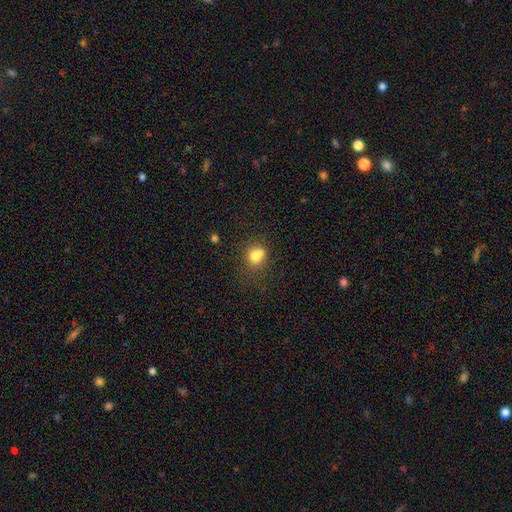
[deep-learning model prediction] Q: Smooth or featured?
A: smooth (74%); runner-up: featured or disk (13%)
Q: How rounded?
A: round (76%); runner-up: in between (24%)
Q: Merging?
A: none (48%); runner-up: merger (34%)